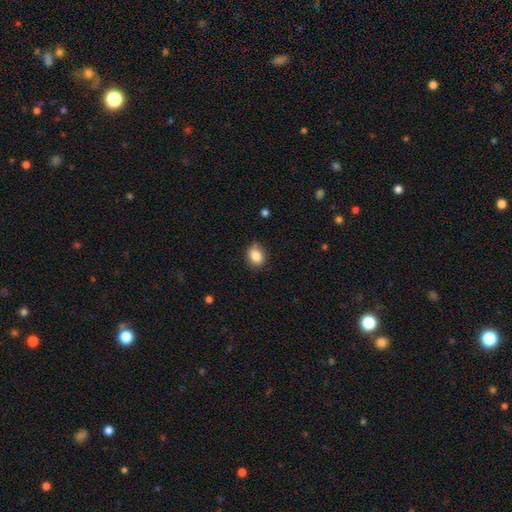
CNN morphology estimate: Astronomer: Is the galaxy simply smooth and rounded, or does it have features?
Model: smooth — 85%.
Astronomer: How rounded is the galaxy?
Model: in between — 50% (runner-up: round, 49%).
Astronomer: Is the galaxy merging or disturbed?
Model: none — 82%.